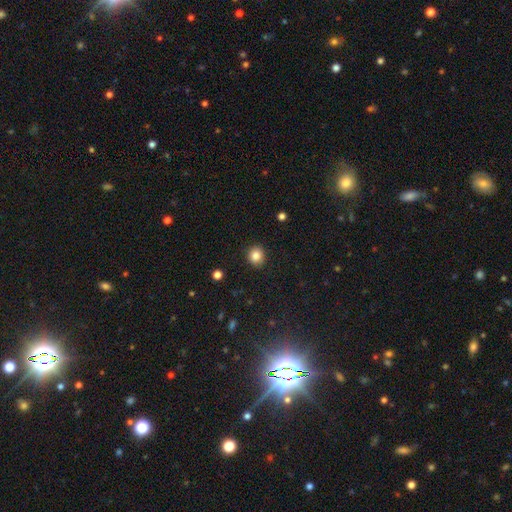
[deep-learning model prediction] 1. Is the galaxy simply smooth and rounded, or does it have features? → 85% smooth, 10% star or artifact, 5% featured or disk.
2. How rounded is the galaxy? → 84% round, 15% in between, 1% cigar-shaped.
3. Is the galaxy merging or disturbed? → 90% none, 7% minor disturbance, 2% major disturbance, 1% merger.